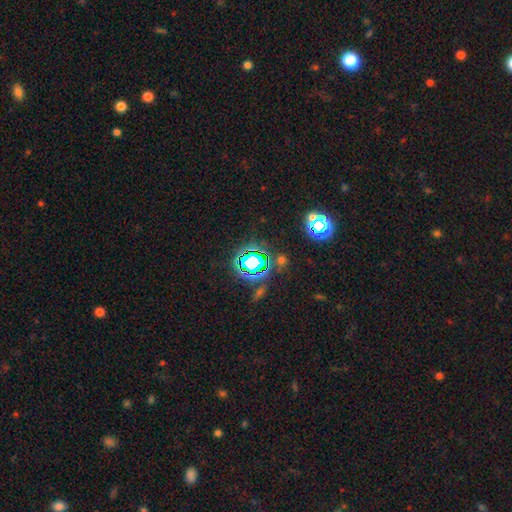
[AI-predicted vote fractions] This appears to be a star or artifact, not a galaxy (71%).